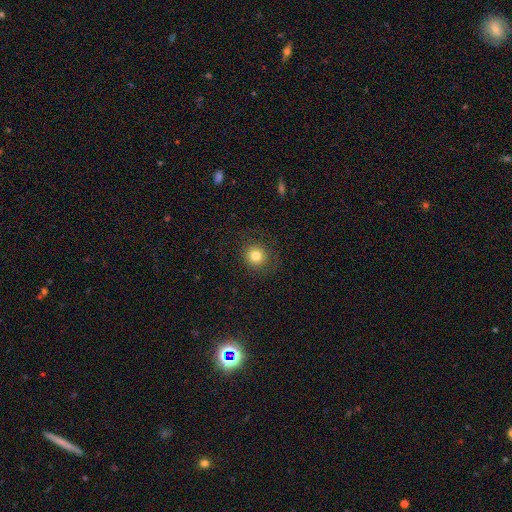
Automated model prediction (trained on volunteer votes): smooth 81%, star or artifact 12%, featured or disk 7%. Down the decision tree: how rounded — round (91%); merging — none (87%).